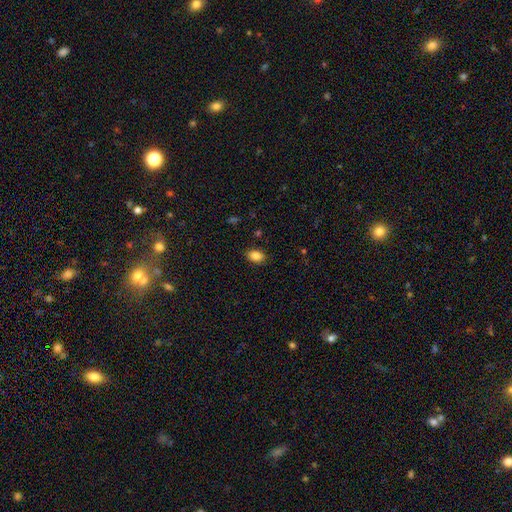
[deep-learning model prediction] Smooth or featured? smooth (87%)
How rounded? in between (83%)
Merging? none (88%)